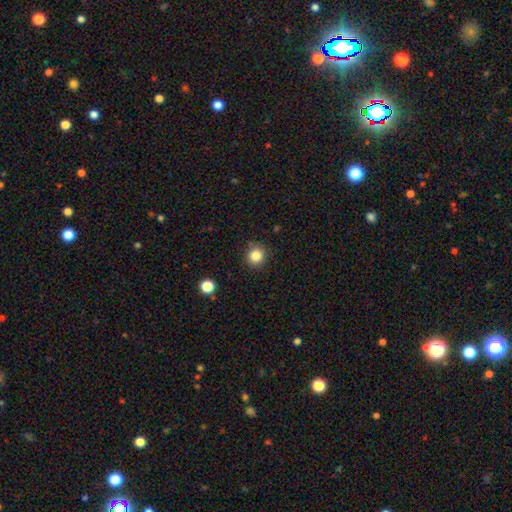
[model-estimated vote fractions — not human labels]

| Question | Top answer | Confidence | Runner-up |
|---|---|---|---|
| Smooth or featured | smooth | 84% | star or artifact (11%) |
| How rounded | round | 89% | in between (10%) |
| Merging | none | 88% | minor disturbance (8%) |